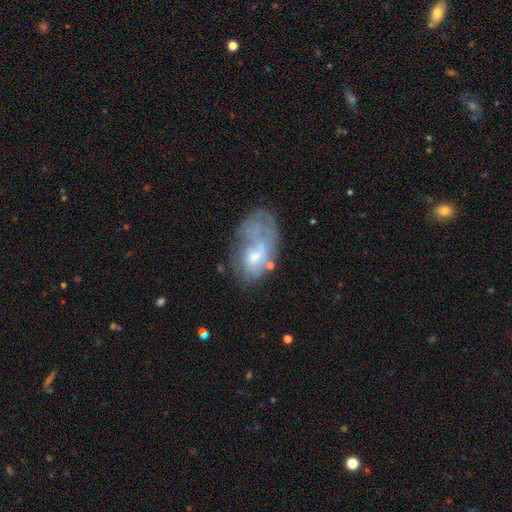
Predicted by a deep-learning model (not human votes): Overall: featured or disk (51%; smooth 40%). Edge-on disk: no (95%). Merging: none (37%; major disturbance 28%).